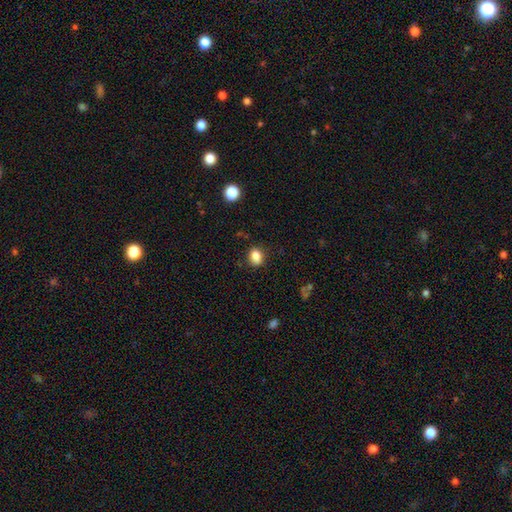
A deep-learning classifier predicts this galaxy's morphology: Q: Smooth or featured?
A: smooth (83%); runner-up: star or artifact (10%)
Q: How rounded?
A: in between (56%); runner-up: round (43%)
Q: Merging?
A: none (82%); runner-up: minor disturbance (13%)